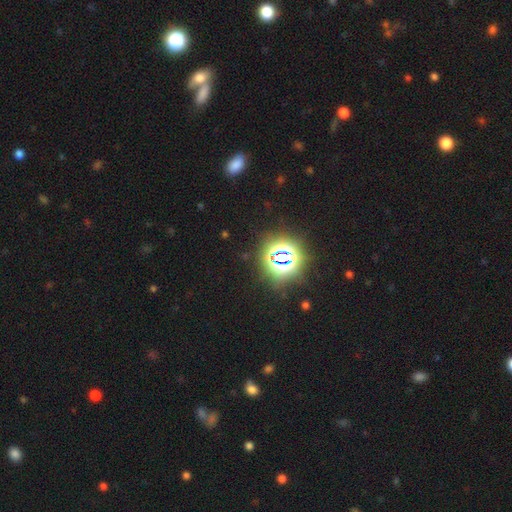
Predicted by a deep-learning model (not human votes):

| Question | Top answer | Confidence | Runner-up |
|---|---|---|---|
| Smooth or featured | star or artifact | 80% | smooth (14%) |